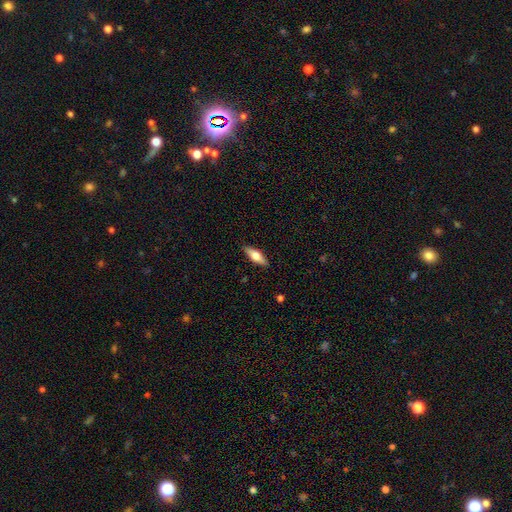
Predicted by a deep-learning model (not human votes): This appears to be a smooth galaxy with no disk features (61%) that is in between round and cigar-shaped (57%). Merging: none (88%).